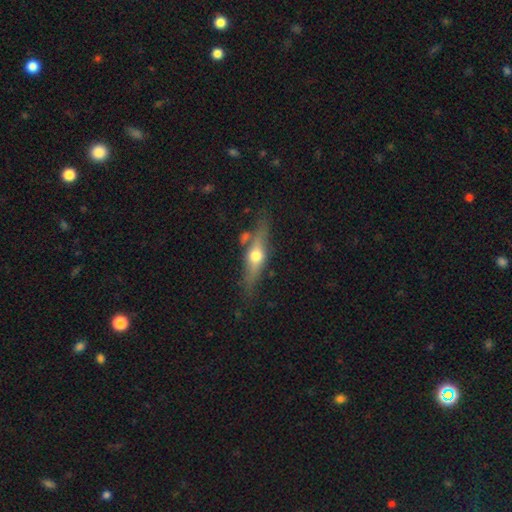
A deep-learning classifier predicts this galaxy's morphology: The model was most divided on "smooth or featured": featured or disk: 60%, smooth: 34%, star or artifact: 6%. More confident: edge-on bulge — rounded (95%); edge-on disk — yes (90%); merging — none (74%).